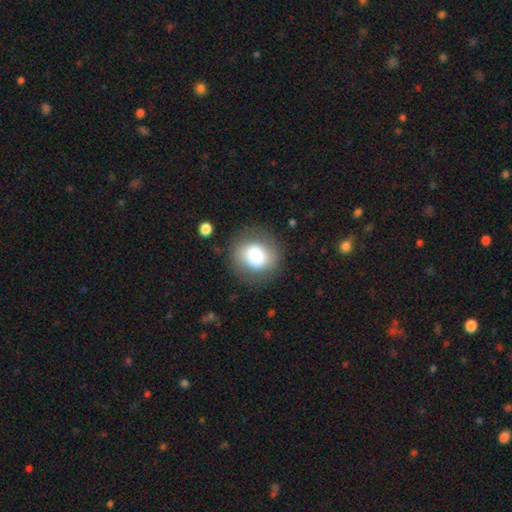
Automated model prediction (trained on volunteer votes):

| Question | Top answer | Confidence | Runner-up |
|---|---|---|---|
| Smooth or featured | smooth | 78% | featured or disk (13%) |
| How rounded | round | 80% | in between (19%) |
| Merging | none | 80% | minor disturbance (12%) |